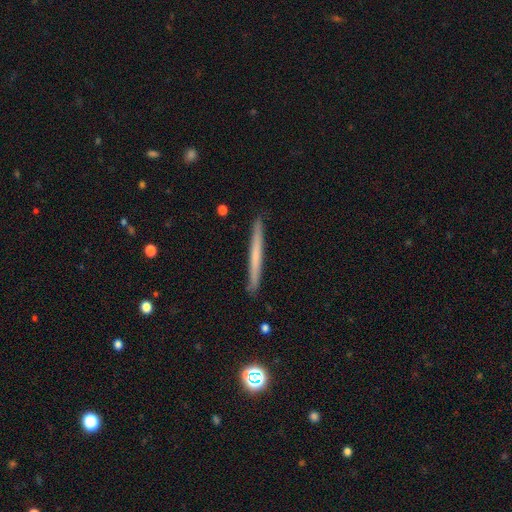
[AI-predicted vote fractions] Smooth or featured?
  - smooth: 49% *
  - featured or disk: 44%
  - star or artifact: 6%
Merging?
  - none: 91% *
  - minor disturbance: 6%
  - major disturbance: 1%
  - merger: 1%